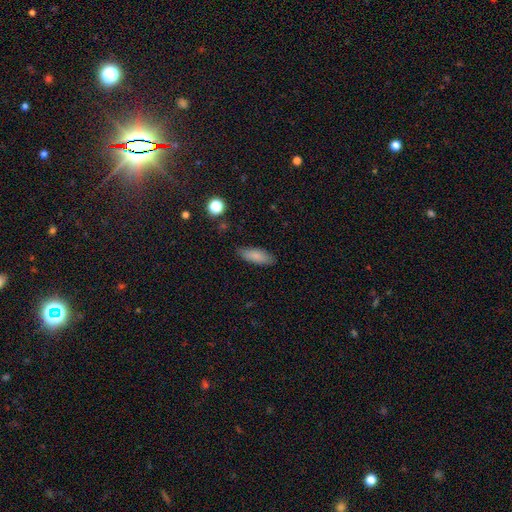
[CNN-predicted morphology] smooth 83%, featured or disk 10%, star or artifact 7%. Down the decision tree: how rounded — in between (64%); merging — none (81%).